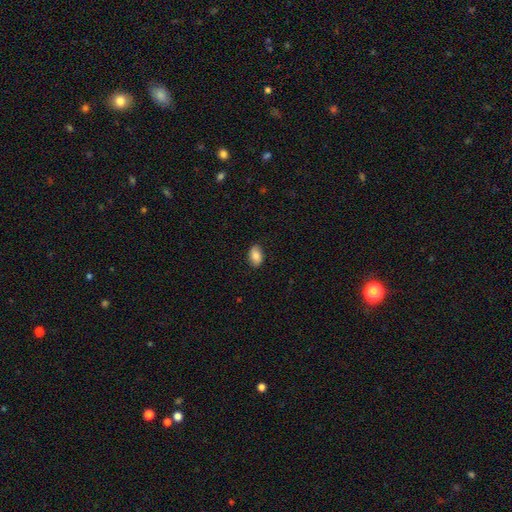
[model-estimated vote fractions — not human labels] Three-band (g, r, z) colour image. It shows a smooth galaxy with no disk features (83%) that is in between round and cigar-shaped (91%). Merging: none (87%).